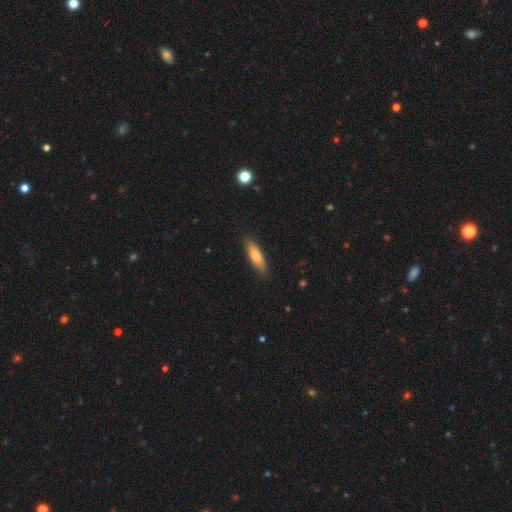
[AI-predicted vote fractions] Morphology: type=smooth (77%); roundness=cigar-shaped (61%); merging=none (86%).